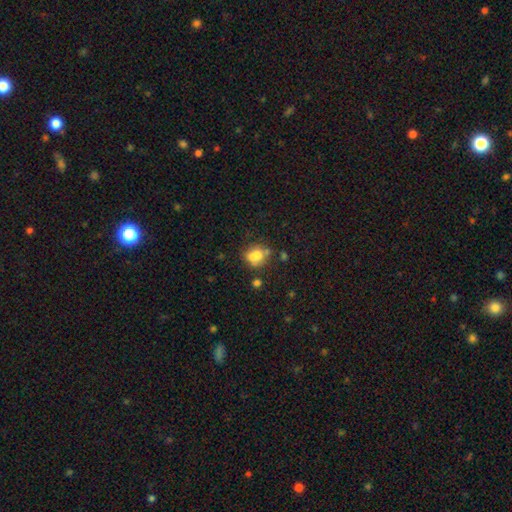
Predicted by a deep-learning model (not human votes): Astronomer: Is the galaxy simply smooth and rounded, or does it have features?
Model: smooth — 69%.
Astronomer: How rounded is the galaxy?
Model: round — 50% (runner-up: in between, 48%).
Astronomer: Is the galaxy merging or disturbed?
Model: none — 44% (runner-up: merger, 27%).